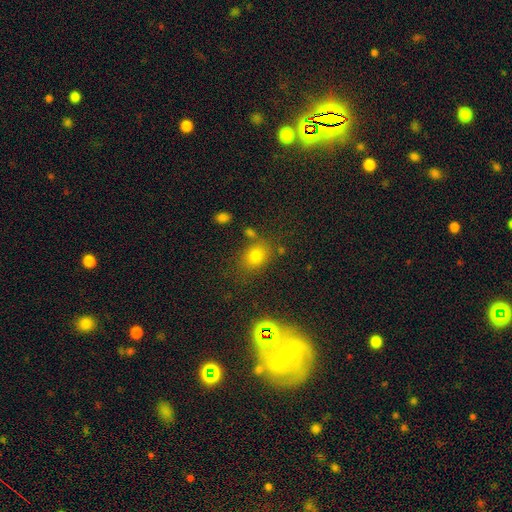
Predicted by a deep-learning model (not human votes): This is likely a smooth galaxy (73%). How rounded: possibly in between (53%). Merging: likely none (72%).